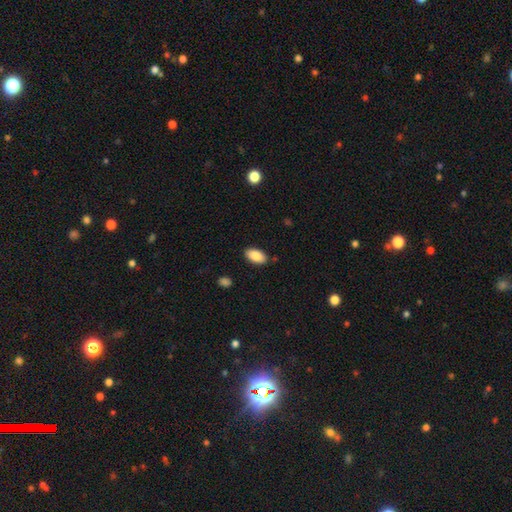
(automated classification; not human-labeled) Smooth or featured?
  - smooth: 87% *
  - star or artifact: 7%
  - featured or disk: 6%
How rounded?
  - in between: 94% *
  - cigar-shaped: 3%
  - round: 3%
Merging?
  - none: 86% *
  - minor disturbance: 10%
  - major disturbance: 2%
  - merger: 2%